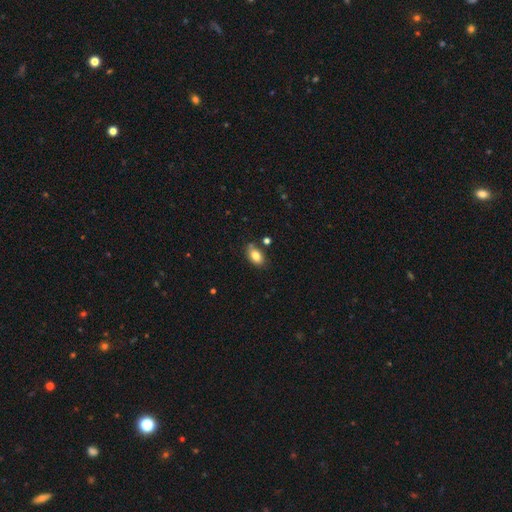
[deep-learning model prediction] Overall: smooth (82%). How rounded: in between (89%). Merging: none (75%).